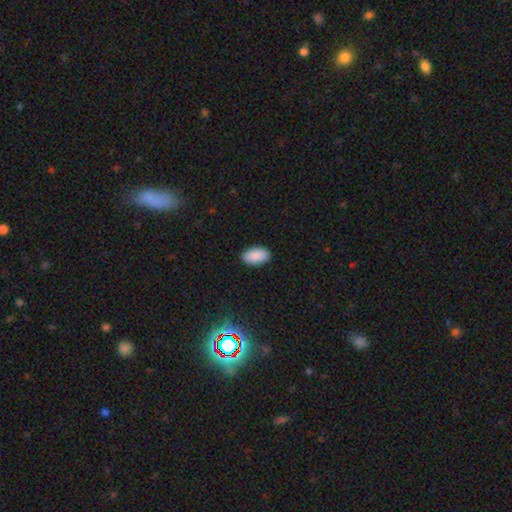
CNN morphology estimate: Smooth or featured: smooth — 90% (star or artifact — 7%)
How rounded: in between — 95% (round — 3%)
Merging: none — 88% (minor disturbance — 9%)